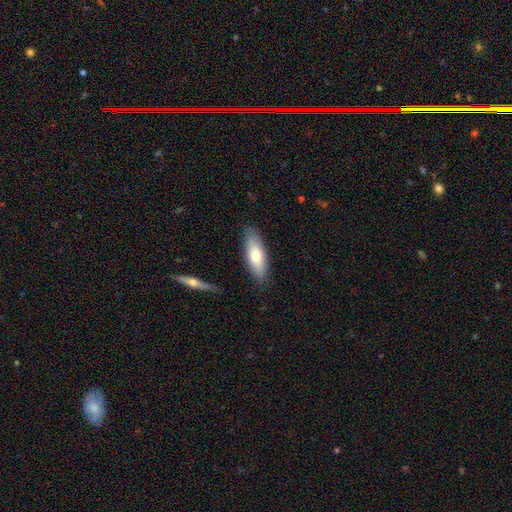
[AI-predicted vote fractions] Smooth or featured?
  - smooth: 68% *
  - featured or disk: 26%
  - star or artifact: 6%
How rounded?
  - in between: 62% *
  - cigar-shaped: 36%
  - round: 2%
Merging?
  - none: 82% *
  - minor disturbance: 13%
  - major disturbance: 3%
  - merger: 2%